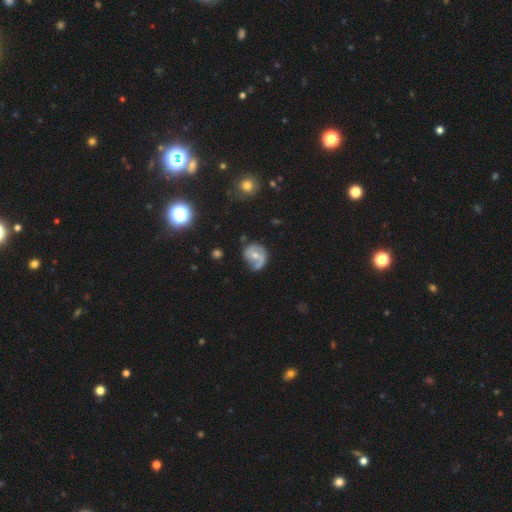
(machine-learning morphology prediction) The model was most divided on "spiral winding": medium: 41%, loose: 34%, tight: 25%. Remaining: edge-on disk — no (97%); spiral arms — yes (86%); smooth or featured — featured or disk (68%); spiral arm count — 2 (56%); merging — none (53%); bulge size — moderate (52%); bar — no (49%).